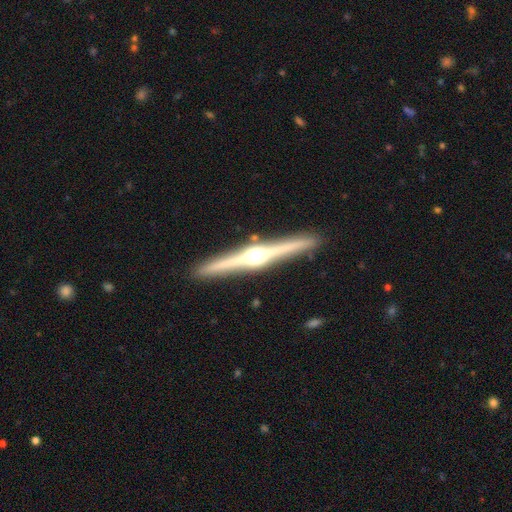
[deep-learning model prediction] A featured or disk galaxy (86%) viewed edge-on (99%) with a rounded central bulge (93%).

Vote fractions:
- Smooth or featured? featured or disk: 86% / smooth: 10% / star or artifact: 5%
- Edge-on disk? yes: 99% / no: 1%
- Edge-on bulge? rounded: 93% / boxy: 4% / none: 2%
- Merging? none: 92% / minor disturbance: 6% / major disturbance: 1% / merger: 1%